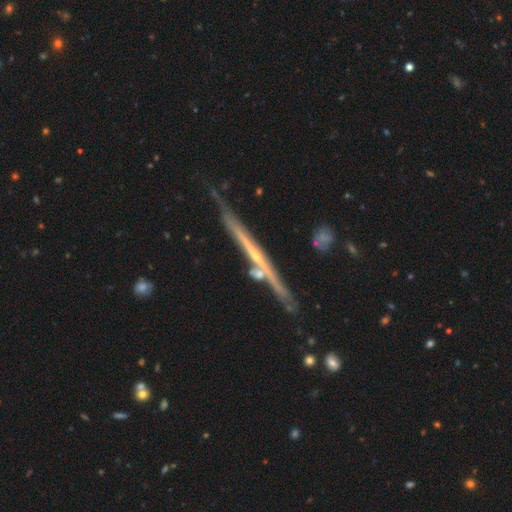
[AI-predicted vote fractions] smooth-or-featured: featured or disk: 78% | smooth: 15% | star or artifact: 6%
  disk-edge-on: yes: 96% | no: 4%
    edge-on-bulge: none: 52% | rounded: 43% | boxy: 4%
  merging: none: 75% | minor disturbance: 16% | merger: 6% | major disturbance: 3%